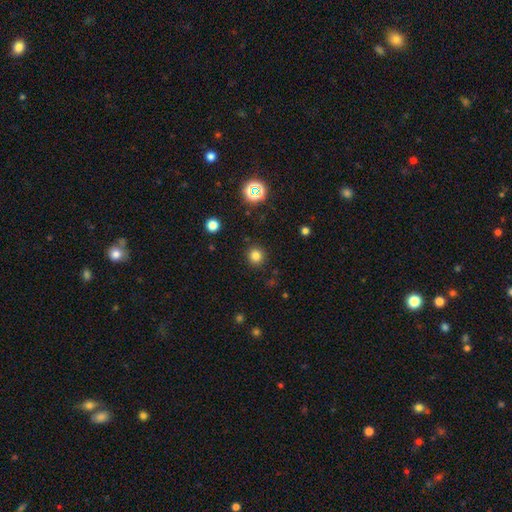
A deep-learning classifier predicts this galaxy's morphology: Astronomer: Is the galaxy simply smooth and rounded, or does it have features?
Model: smooth — 79%.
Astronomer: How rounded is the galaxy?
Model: round — 93%.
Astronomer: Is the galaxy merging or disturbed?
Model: none — 90%.